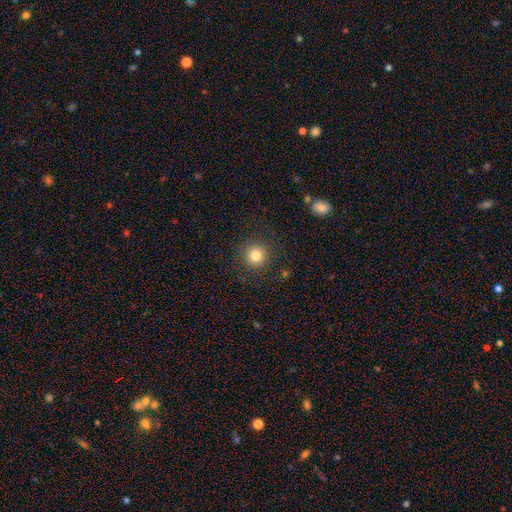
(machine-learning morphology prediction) A smooth galaxy with no disk features (82%) that is round (95%).

Vote fractions:
- Smooth or featured? smooth: 82% / star or artifact: 12% / featured or disk: 7%
- How rounded? round: 95% / in between: 4% / cigar-shaped: 1%
- Merging? none: 90% / minor disturbance: 6% / major disturbance: 3% / merger: 1%